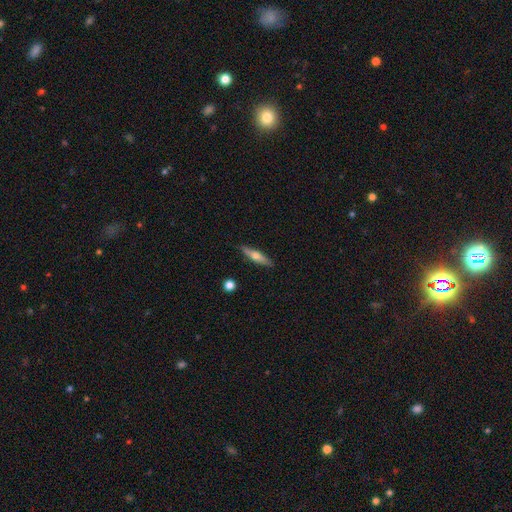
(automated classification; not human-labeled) smooth-or-featured: featured or disk: 49% | smooth: 44% | star or artifact: 6%
  merging: none: 88% | minor disturbance: 8% | major disturbance: 2% | merger: 2%